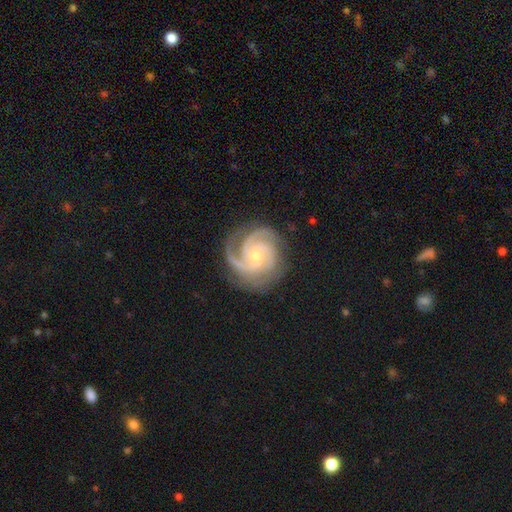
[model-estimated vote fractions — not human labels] The model was most divided on "bulge size": small: 58%, moderate: 39%, large: 1%, none: 1%, dominant: 1%. More confident: spiral arms — yes (99%); edge-on disk — no (98%); smooth or featured — featured or disk (93%); merging — none (80%); bar — no (69%); spiral arm count — 3 (69%); spiral winding — tight (64%).